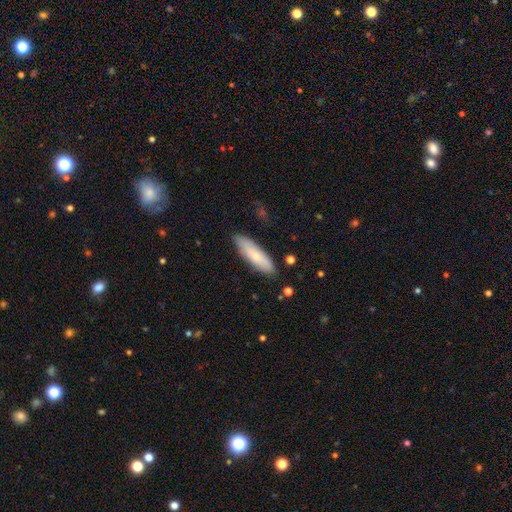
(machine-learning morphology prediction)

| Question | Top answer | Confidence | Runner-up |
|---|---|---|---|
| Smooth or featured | smooth | 72% | featured or disk (22%) |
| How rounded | cigar-shaped | 53% | in between (45%) |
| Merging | none | 84% | minor disturbance (13%) |